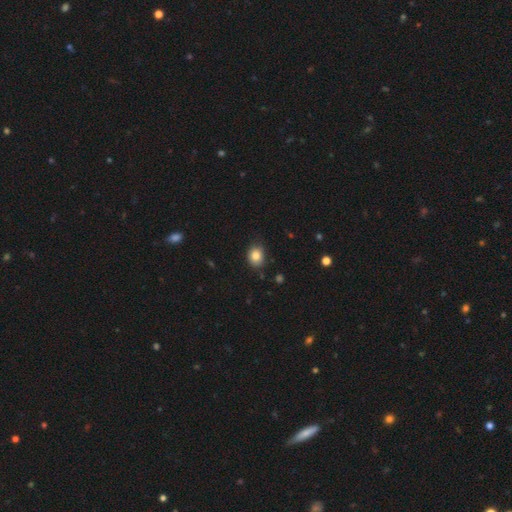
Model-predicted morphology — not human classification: smooth-or-featured: smooth: 83% | star or artifact: 10% | featured or disk: 7%
  how-rounded: round: 58% | in between: 41% | cigar-shaped: 1%
  merging: none: 78% | minor disturbance: 17% | major disturbance: 3% | merger: 2%